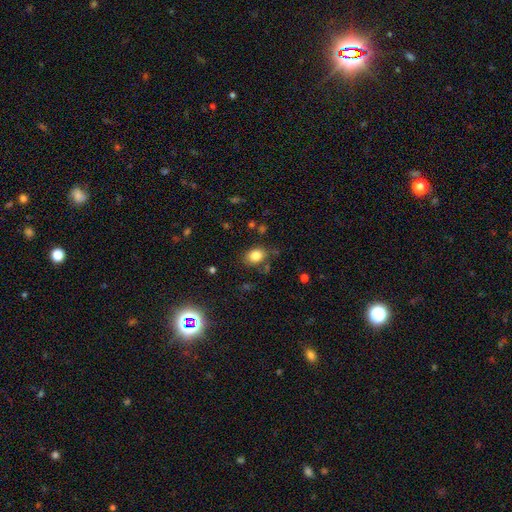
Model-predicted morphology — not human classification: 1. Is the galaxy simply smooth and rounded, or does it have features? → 83% smooth, 10% star or artifact, 7% featured or disk.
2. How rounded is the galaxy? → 67% in between, 32% round, 1% cigar-shaped.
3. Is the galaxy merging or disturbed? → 75% none, 16% minor disturbance, 5% major disturbance, 4% merger.